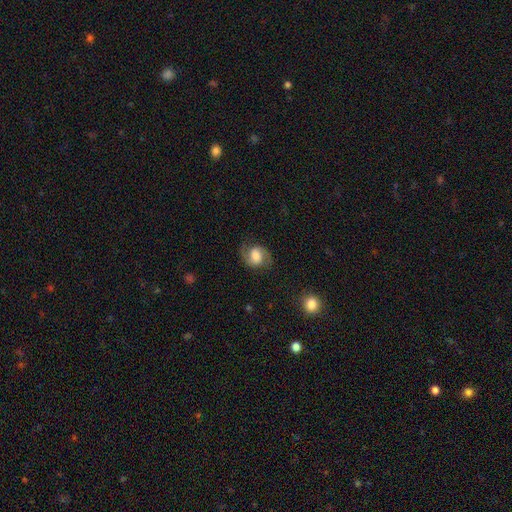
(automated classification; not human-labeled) smooth_or_featured: featured or disk (p=0.69) [alt: smooth p=0.23]
disk_edge_on: no (p=0.98) [alt: yes p=0.02]
bar: no (p=0.51) [alt: weak p=0.38]
has_spiral_arms: yes (p=0.94) [alt: no p=0.06]
spiral_winding: medium (p=0.51) [alt: loose p=0.31]
spiral_arm_count: 2 (p=0.92) [alt: can't tell p=0.03]
bulge_size: large (p=0.40) [alt: moderate p=0.30]
merging: none (p=0.75) [alt: minor disturbance p=0.15]